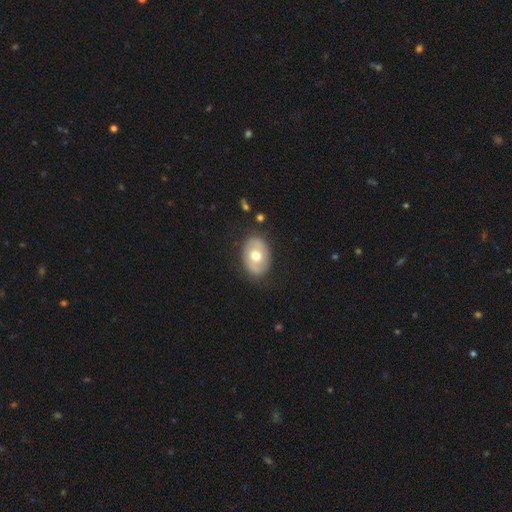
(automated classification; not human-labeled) Smooth or featured: smooth — 54% (featured or disk — 40%)
How rounded: in between — 75% (round — 24%)
Merging: none — 83% (minor disturbance — 12%)